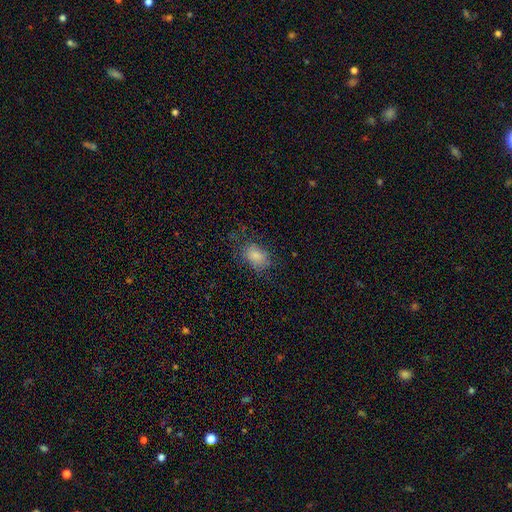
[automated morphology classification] smooth_or_featured: smooth (p=0.81) [alt: star or artifact p=0.11]
how_rounded: in between (p=0.74) [alt: round p=0.25]
merging: none (p=0.69) [alt: minor disturbance p=0.19]